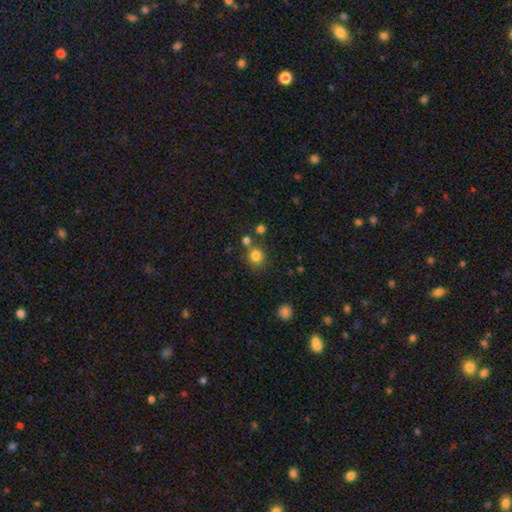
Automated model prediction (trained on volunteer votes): smooth_or_featured: smooth (p=0.81) [alt: star or artifact p=0.13]
how_rounded: round (p=0.87) [alt: in between p=0.12]
merging: none (p=0.71) [alt: merger p=0.15]